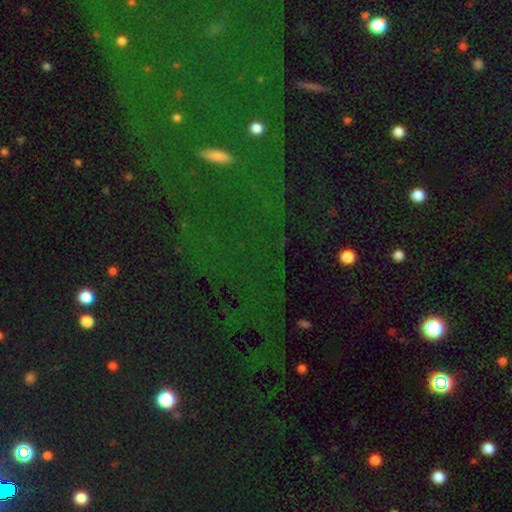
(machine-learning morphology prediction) This is likely a star or artifact rather than a galaxy (67%).